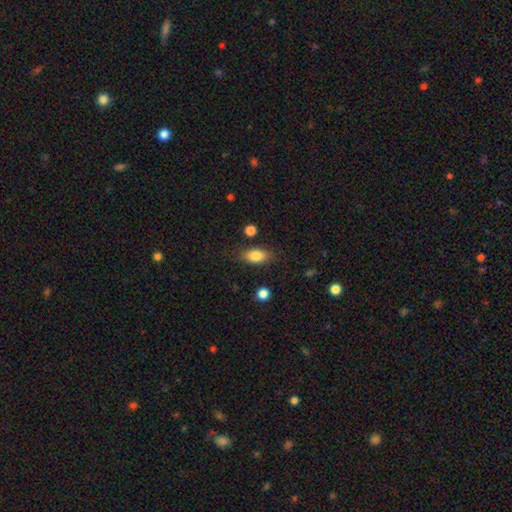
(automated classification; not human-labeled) Smooth or featured? Predicted: smooth (p=0.82). How rounded? Predicted: in between (p=0.85). Merging? Predicted: none (p=0.81).